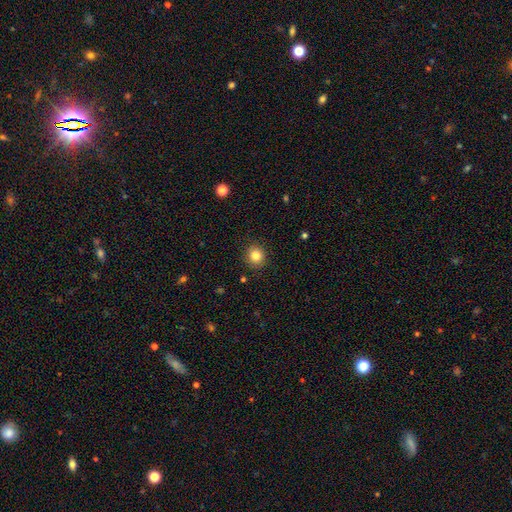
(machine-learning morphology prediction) The model was most divided on "smooth or featured": smooth: 83%, star or artifact: 11%, featured or disk: 6%. More confident: merging — none (90%); how rounded — round (87%).